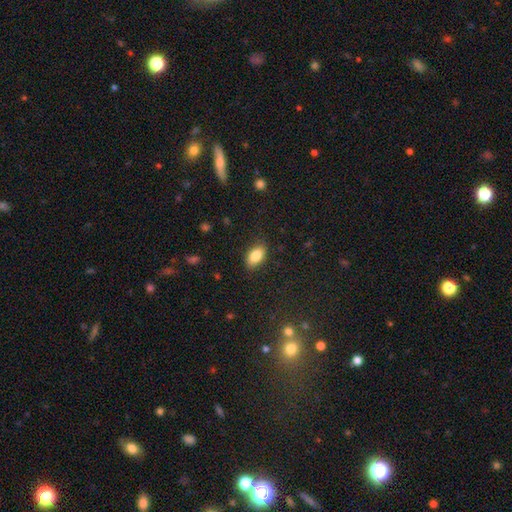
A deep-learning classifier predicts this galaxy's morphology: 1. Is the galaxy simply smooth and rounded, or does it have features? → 85% smooth, 8% featured or disk, 7% star or artifact.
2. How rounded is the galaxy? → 92% in between, 5% round, 3% cigar-shaped.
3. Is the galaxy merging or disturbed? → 84% none, 12% minor disturbance, 3% major disturbance, 1% merger.